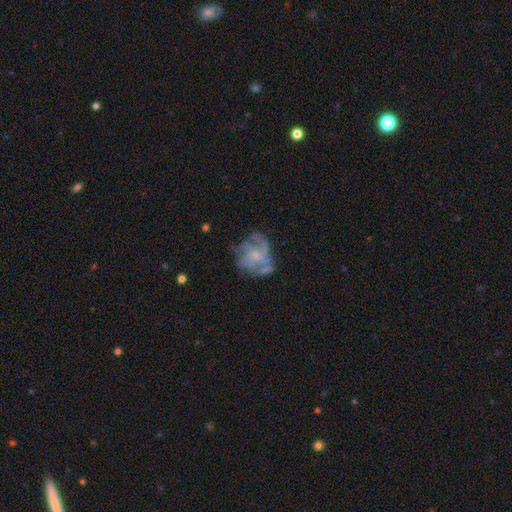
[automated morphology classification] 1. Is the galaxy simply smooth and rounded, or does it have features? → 79% featured or disk, 13% smooth, 8% star or artifact.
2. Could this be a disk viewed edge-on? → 98% no, 2% yes.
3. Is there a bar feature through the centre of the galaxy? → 70% no, 26% weak, 4% strong.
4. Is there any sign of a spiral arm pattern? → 89% yes, 11% no.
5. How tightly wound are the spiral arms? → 47% medium, 34% tight, 20% loose.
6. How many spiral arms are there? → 31% 4, 24% 3, 23% can't tell, 8% 2, 8% more than 4, 6% 1.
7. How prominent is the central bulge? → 65% small, 21% moderate, 12% none, 1% large, 1% dominant.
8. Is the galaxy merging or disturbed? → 59% none, 20% minor disturbance, 17% major disturbance, 3% merger.